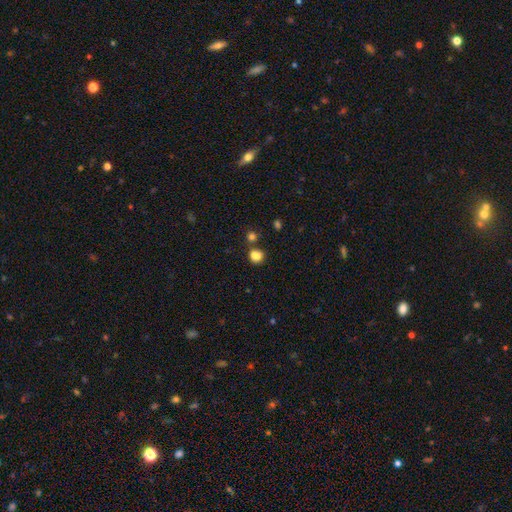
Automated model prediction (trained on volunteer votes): The model was most divided on "merging": none: 55%, merger: 27%, minor disturbance: 13%, major disturbance: 5%. More confident: smooth or featured — smooth (80%); how rounded — round (74%).